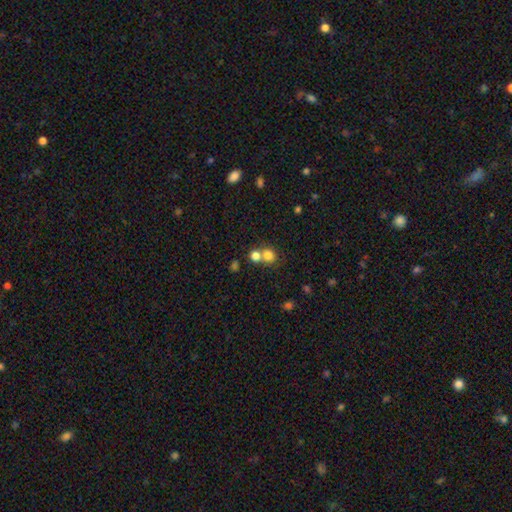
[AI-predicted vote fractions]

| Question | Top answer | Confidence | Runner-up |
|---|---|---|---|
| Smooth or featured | smooth | 78% | star or artifact (13%) |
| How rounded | round | 83% | in between (16%) |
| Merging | merger | 47% | none (45%) |